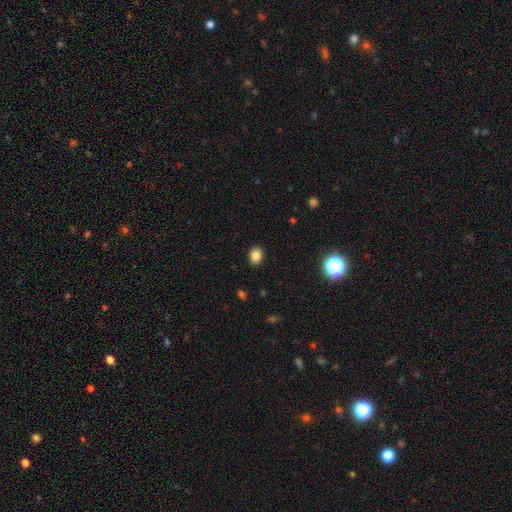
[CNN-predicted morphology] Overall: smooth (84%). How rounded: in between (58%; round 41%). Merging: none (90%).